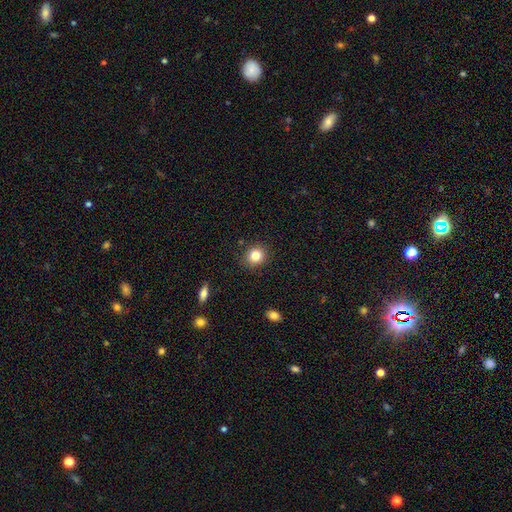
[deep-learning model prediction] A smooth galaxy with no disk features (82%) that is round (86%). Merging: none (89%).